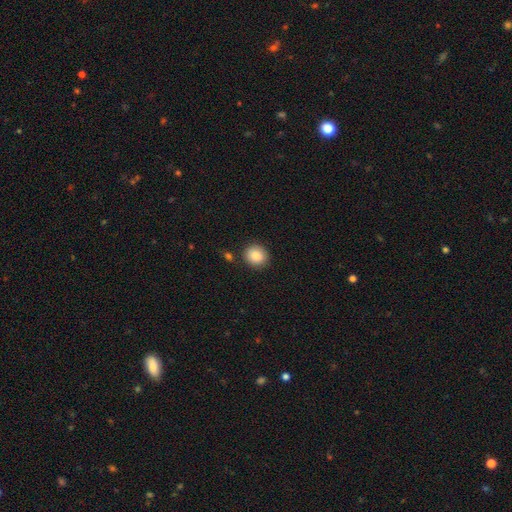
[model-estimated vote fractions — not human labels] smooth 87%, star or artifact 8%, featured or disk 5%. Down the decision tree: how rounded — round (83%); merging — none (87%).